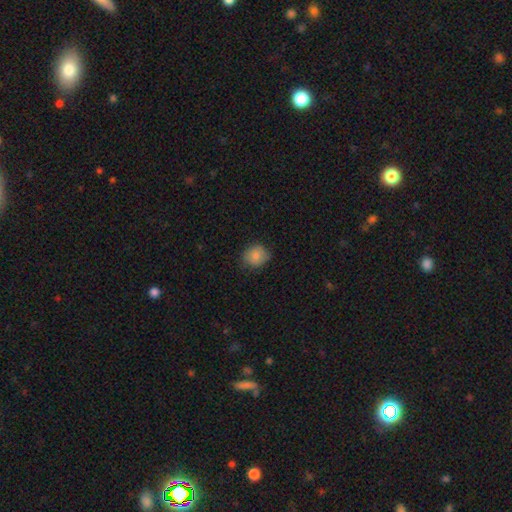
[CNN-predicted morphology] Q: Smooth or featured?
A: smooth (84%); runner-up: star or artifact (8%)
Q: How rounded?
A: round (68%); runner-up: in between (31%)
Q: Merging?
A: none (75%); runner-up: minor disturbance (20%)